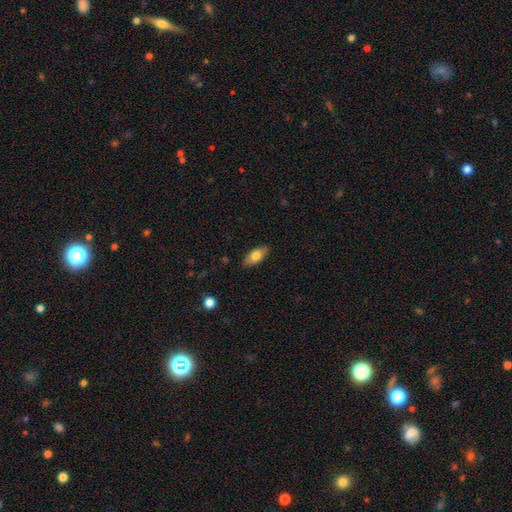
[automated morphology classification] This appears to be a smooth galaxy with no disk features (72%) that is in between round and cigar-shaped (84%). Merging: none (86%).